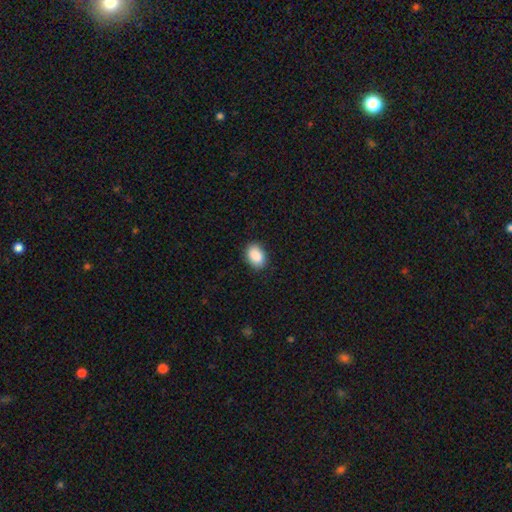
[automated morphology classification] smooth_or_featured: smooth (p=0.90) [alt: star or artifact p=0.07]
how_rounded: in between (p=0.86) [alt: round p=0.13]
merging: none (p=0.86) [alt: minor disturbance p=0.10]